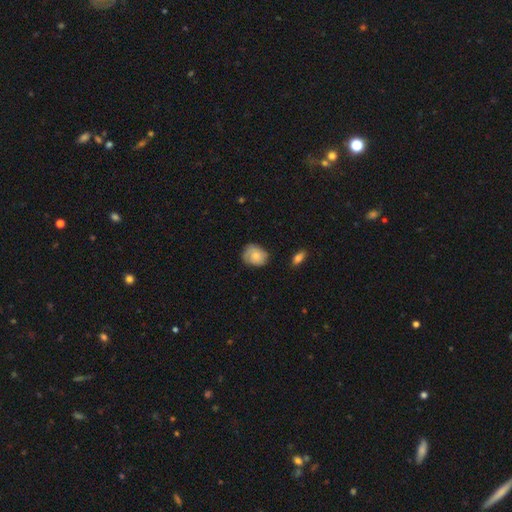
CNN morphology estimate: Smooth or featured?
  - smooth: 65% *
  - featured or disk: 28%
  - star or artifact: 7%
How rounded?
  - round: 58% *
  - in between: 41%
  - cigar-shaped: 1%
Merging?
  - none: 66% *
  - minor disturbance: 27%
  - major disturbance: 6%
  - merger: 2%